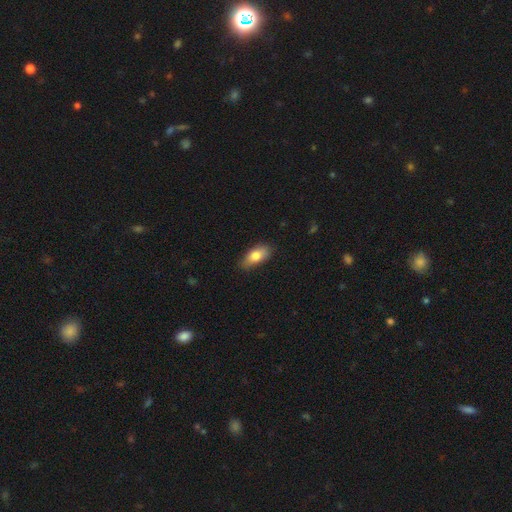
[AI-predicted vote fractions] A smooth galaxy with no disk features (79%) that is in between round and cigar-shaped (86%).

Vote fractions:
- Smooth or featured? smooth: 79% / featured or disk: 14% / star or artifact: 7%
- How rounded? in between: 86% / cigar-shaped: 10% / round: 4%
- Merging? none: 76% / minor disturbance: 20% / major disturbance: 3% / merger: 1%